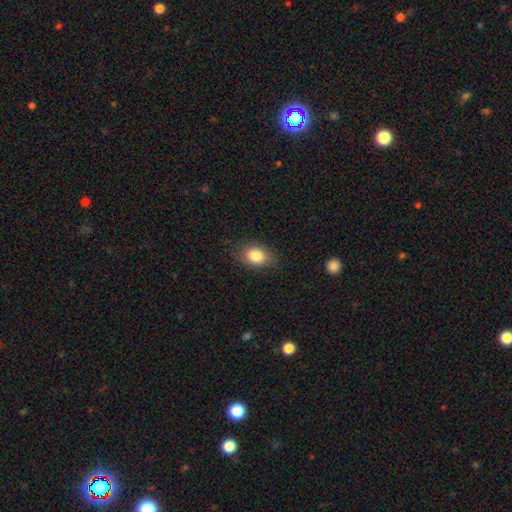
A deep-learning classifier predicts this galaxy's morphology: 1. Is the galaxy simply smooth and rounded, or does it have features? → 84% smooth, 9% star or artifact, 7% featured or disk.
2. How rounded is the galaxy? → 72% in between, 27% round, 1% cigar-shaped.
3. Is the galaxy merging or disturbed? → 82% none, 14% minor disturbance, 3% major disturbance, 1% merger.